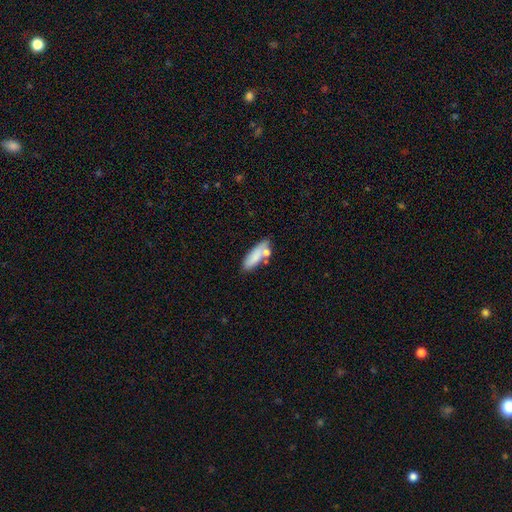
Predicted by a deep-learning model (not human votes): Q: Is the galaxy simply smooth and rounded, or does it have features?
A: smooth — 79%.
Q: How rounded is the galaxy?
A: in between — 61%.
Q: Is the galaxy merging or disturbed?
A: none — 60%.